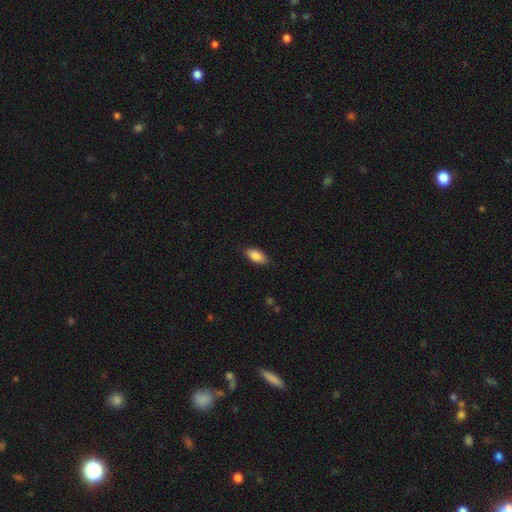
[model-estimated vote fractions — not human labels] Smooth or featured? smooth (86%)
How rounded? in between (89%)
Merging? none (83%)